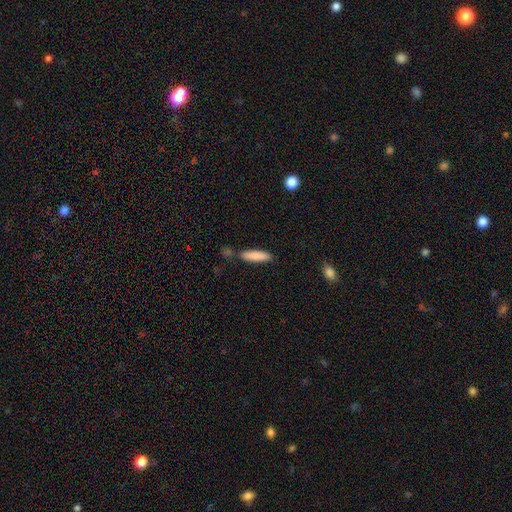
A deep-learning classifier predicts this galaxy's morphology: Smooth or featured?
  - smooth: 85% *
  - featured or disk: 9%
  - star or artifact: 6%
How rounded?
  - cigar-shaped: 71% *
  - in between: 28%
  - round: 2%
Merging?
  - none: 78% *
  - minor disturbance: 12%
  - merger: 7%
  - major disturbance: 3%